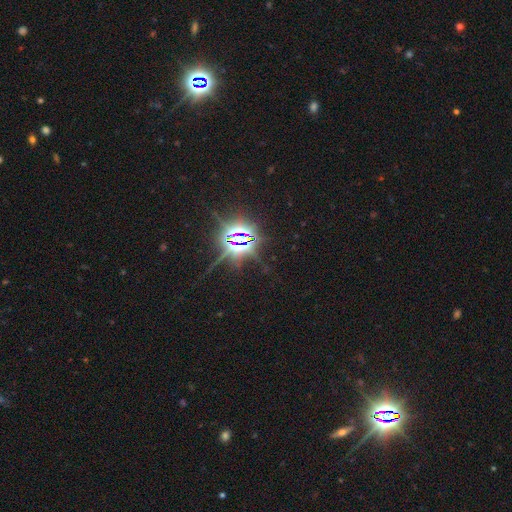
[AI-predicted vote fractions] smooth_or_featured: star or artifact (p=0.87) [alt: smooth p=0.07]